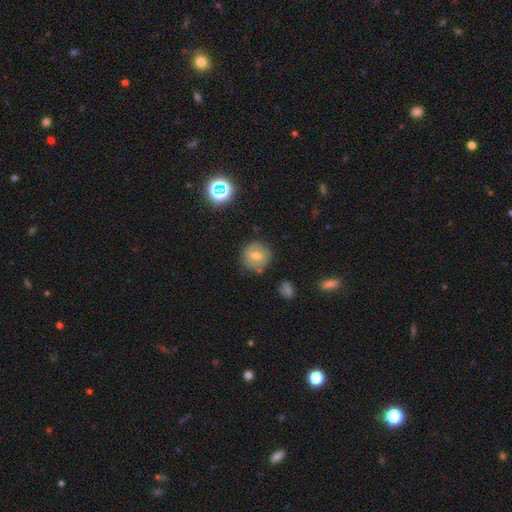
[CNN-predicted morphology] Smooth or featured? smooth (57%)
How rounded? round (91%)
Merging? none (82%)